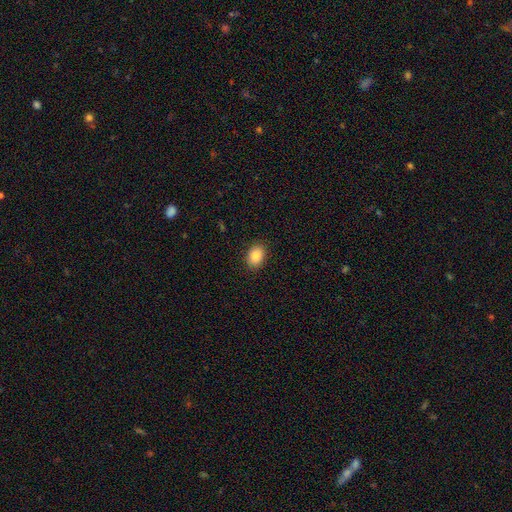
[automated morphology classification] Q: Smooth or featured?
A: smooth (87%); runner-up: star or artifact (8%)
Q: How rounded?
A: in between (74%); runner-up: round (25%)
Q: Merging?
A: none (89%); runner-up: minor disturbance (8%)